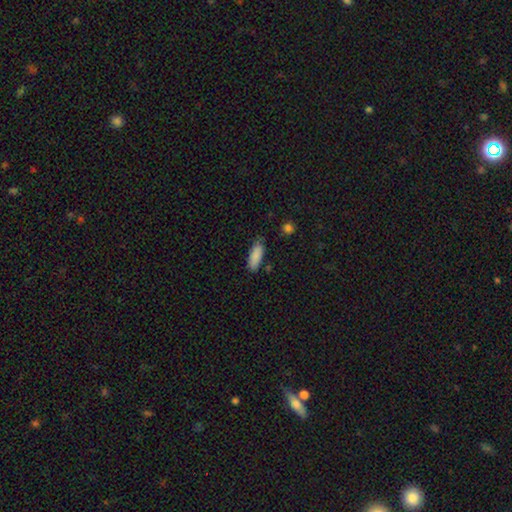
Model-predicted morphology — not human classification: smooth-or-featured: smooth: 87% | star or artifact: 7% | featured or disk: 6%
  how-rounded: in between: 69% | cigar-shaped: 29% | round: 2%
  merging: none: 76% | minor disturbance: 18% | major disturbance: 3% | merger: 3%